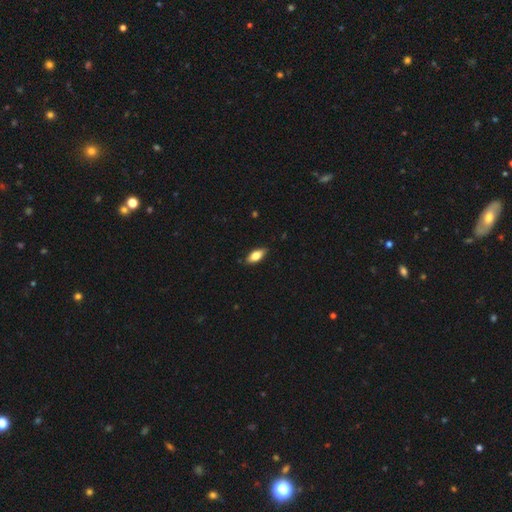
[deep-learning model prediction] Smooth or featured?
  - smooth: 77% *
  - featured or disk: 17%
  - star or artifact: 7%
How rounded?
  - in between: 85% *
  - cigar-shaped: 12%
  - round: 3%
Merging?
  - none: 86% *
  - minor disturbance: 12%
  - major disturbance: 2%
  - merger: 1%